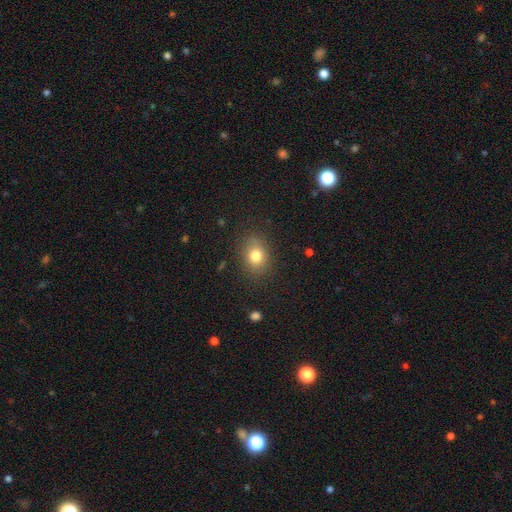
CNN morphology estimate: This is likely a smooth galaxy (79%). How rounded: possibly in between (52%). Merging: clearly none (81%).